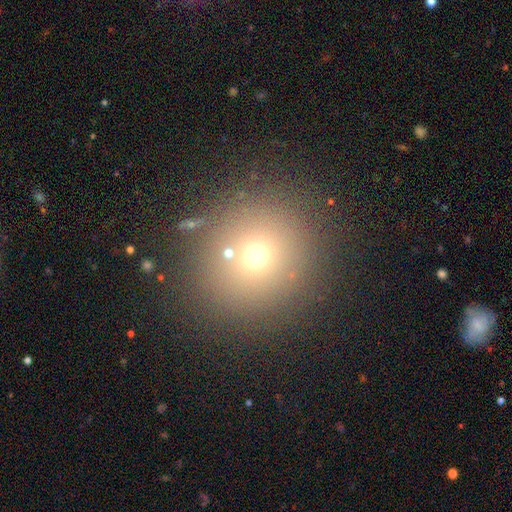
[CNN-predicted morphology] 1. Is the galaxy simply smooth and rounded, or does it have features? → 65% smooth, 24% star or artifact, 11% featured or disk.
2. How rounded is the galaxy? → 92% round, 7% in between, 1% cigar-shaped.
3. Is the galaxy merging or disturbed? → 84% none, 7% minor disturbance, 5% merger, 4% major disturbance.